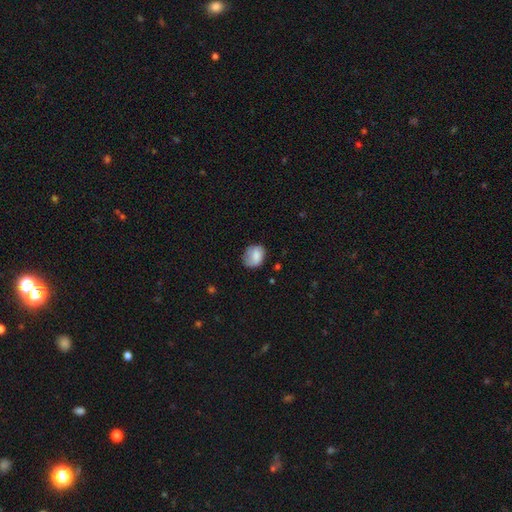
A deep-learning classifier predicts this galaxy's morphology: A smooth galaxy with no disk features (77%) that is in between round and cigar-shaped (53%).

Vote fractions:
- Smooth or featured? smooth: 77% / featured or disk: 15% / star or artifact: 8%
- How rounded? in between: 53% / round: 46% / cigar-shaped: 1%
- Merging? none: 58% / minor disturbance: 29% / major disturbance: 10% / merger: 2%